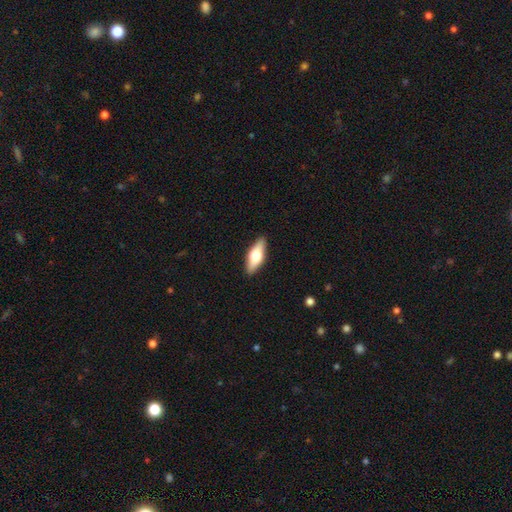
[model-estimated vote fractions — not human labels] This is possibly a smooth galaxy (56%). How rounded: likely in between (67%). Merging: clearly none (89%).